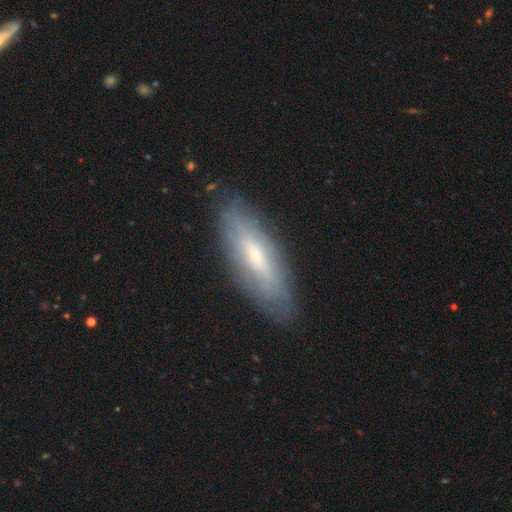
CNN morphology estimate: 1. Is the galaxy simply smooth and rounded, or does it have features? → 52% featured or disk, 42% smooth, 7% star or artifact.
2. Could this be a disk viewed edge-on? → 65% no, 35% yes.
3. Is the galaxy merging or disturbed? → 82% none, 14% minor disturbance, 3% major disturbance, 1% merger.